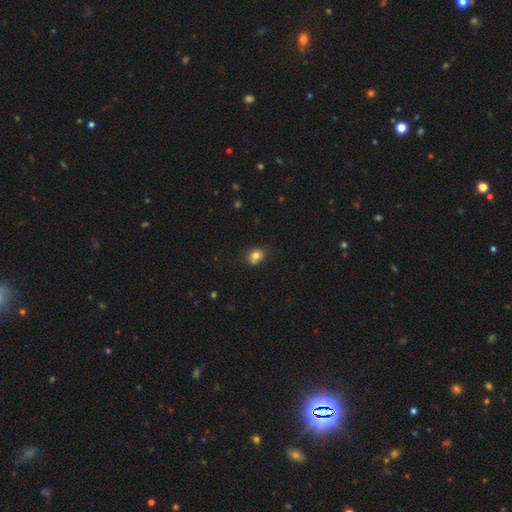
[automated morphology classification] Smooth or featured?
  - smooth: 77% *
  - star or artifact: 12%
  - featured or disk: 11%
How rounded?
  - round: 58% *
  - in between: 40%
  - cigar-shaped: 1%
Merging?
  - none: 57% *
  - minor disturbance: 21%
  - merger: 16%
  - major disturbance: 5%